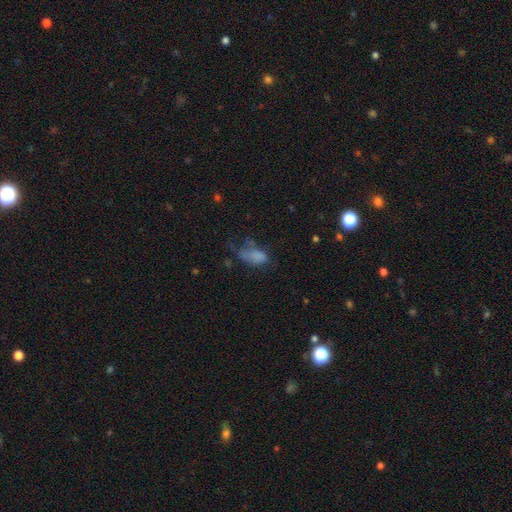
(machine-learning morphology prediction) A smooth galaxy with no disk features (69%) that is in between round and cigar-shaped (89%).

Vote fractions:
- Smooth or featured? smooth: 69% / featured or disk: 18% / star or artifact: 14%
- How rounded? in between: 89% / round: 7% / cigar-shaped: 4%
- Merging? major disturbance: 38% / minor disturbance: 27% / none: 26% / merger: 9%